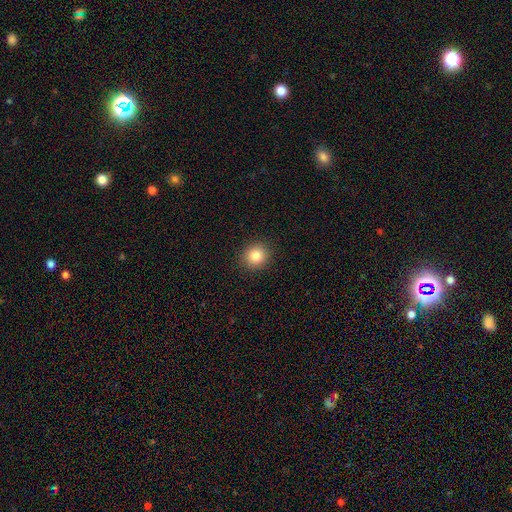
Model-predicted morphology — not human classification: This is clearly a smooth galaxy (84%). How rounded: clearly round (87%). Merging: clearly none (91%).